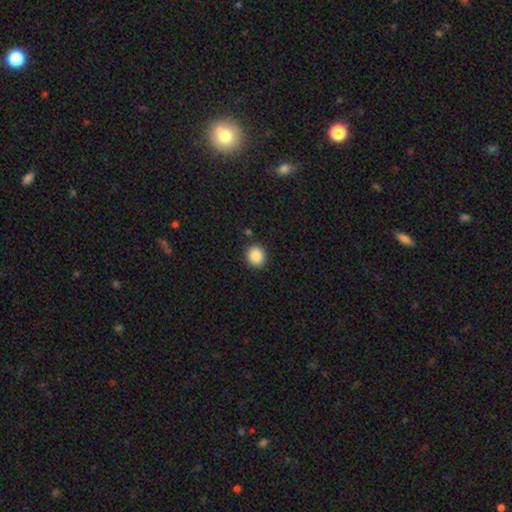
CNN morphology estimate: This is clearly a smooth galaxy (88%). How rounded: likely round (80%). Merging: clearly none (90%).